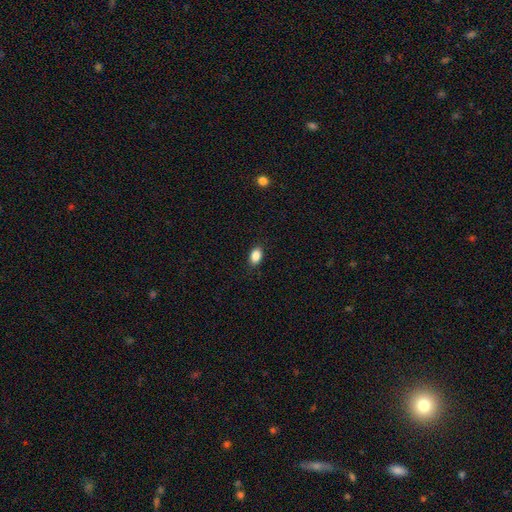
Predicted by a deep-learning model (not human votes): Q: Smooth or featured?
A: smooth (87%); runner-up: star or artifact (9%)
Q: How rounded?
A: in between (84%); runner-up: round (14%)
Q: Merging?
A: none (88%); runner-up: minor disturbance (9%)